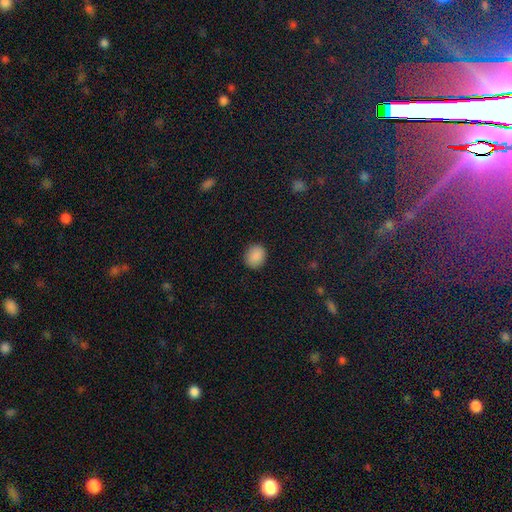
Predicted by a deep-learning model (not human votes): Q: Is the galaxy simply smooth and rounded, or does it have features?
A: smooth — 88%.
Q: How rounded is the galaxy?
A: round — 69%.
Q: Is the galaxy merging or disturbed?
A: none — 89%.